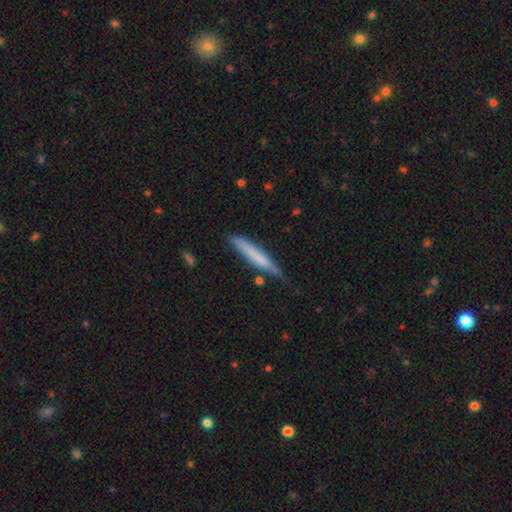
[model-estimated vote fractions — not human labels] Smooth or featured: smooth — 67% (featured or disk — 28%)
How rounded: cigar-shaped — 94% (in between — 5%)
Merging: none — 70% (minor disturbance — 23%)